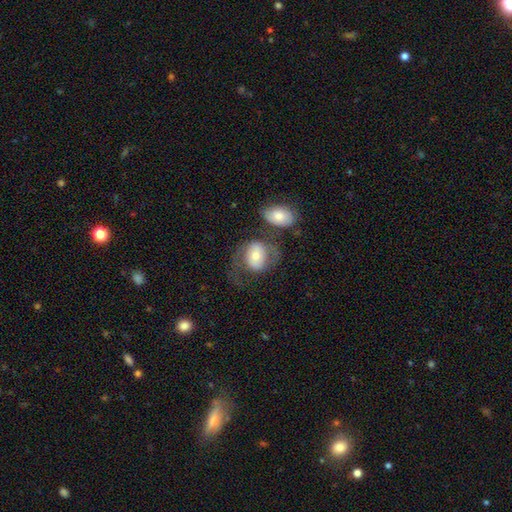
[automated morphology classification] This is possibly a smooth galaxy (54%). How rounded: possibly in between (50%). Merging: marginally none (41%).